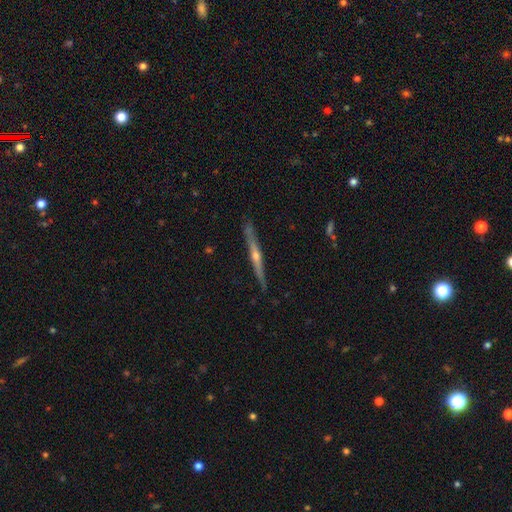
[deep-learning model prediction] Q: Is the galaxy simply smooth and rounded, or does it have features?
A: featured or disk — 80%.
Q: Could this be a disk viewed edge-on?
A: yes — 98%.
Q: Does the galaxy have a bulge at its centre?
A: rounded — 84%.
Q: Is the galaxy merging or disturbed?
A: none — 89%.